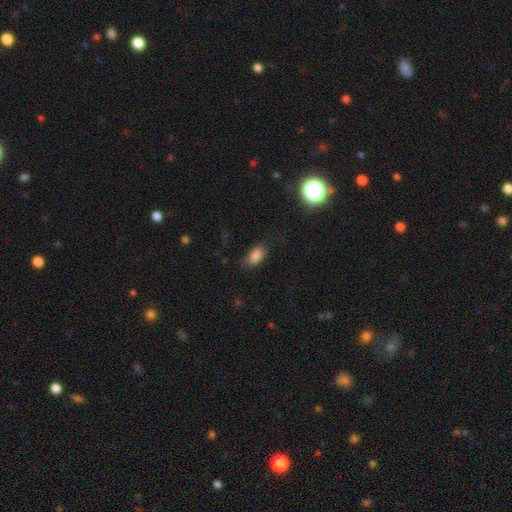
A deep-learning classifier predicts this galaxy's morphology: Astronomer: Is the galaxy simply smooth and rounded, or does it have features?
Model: smooth — 84%.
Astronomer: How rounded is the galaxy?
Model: in between — 91%.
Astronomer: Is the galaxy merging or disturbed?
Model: none — 71%.